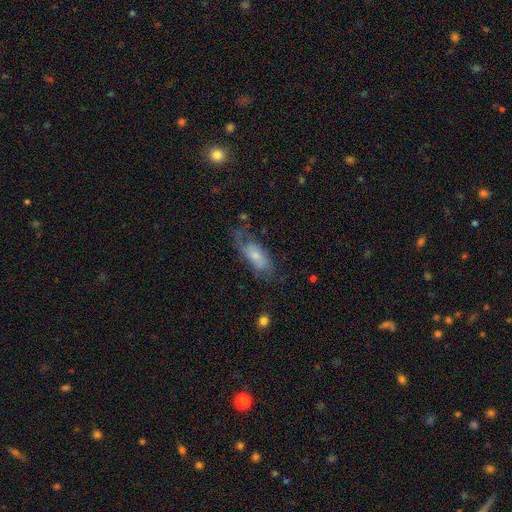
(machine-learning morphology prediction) type=smooth (57%); roundness=in between (80%); merging=none (43%).